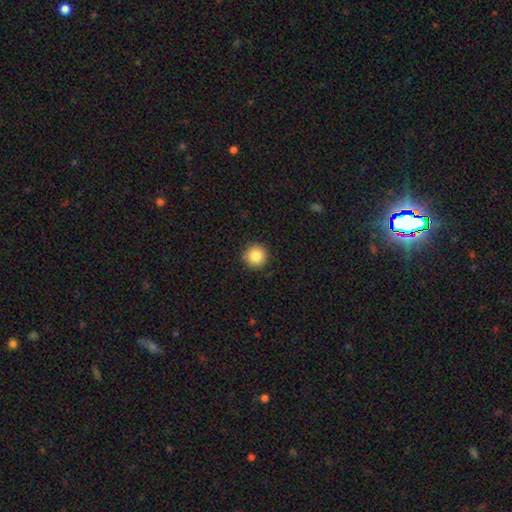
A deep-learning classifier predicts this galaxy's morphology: Smooth or featured?
  - smooth: 85% *
  - star or artifact: 9%
  - featured or disk: 5%
How rounded?
  - round: 95% *
  - in between: 4%
  - cigar-shaped: 1%
Merging?
  - none: 91% *
  - minor disturbance: 7%
  - major disturbance: 2%
  - merger: 1%